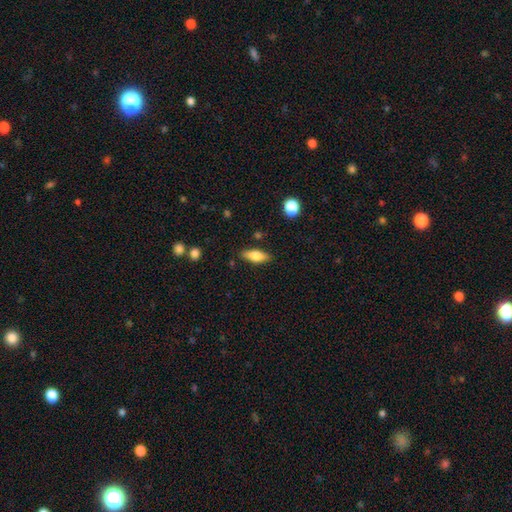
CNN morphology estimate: Q: Smooth or featured?
A: smooth (67%); runner-up: featured or disk (26%)
Q: How rounded?
A: in between (71%); runner-up: cigar-shaped (26%)
Q: Merging?
A: none (84%); runner-up: minor disturbance (12%)